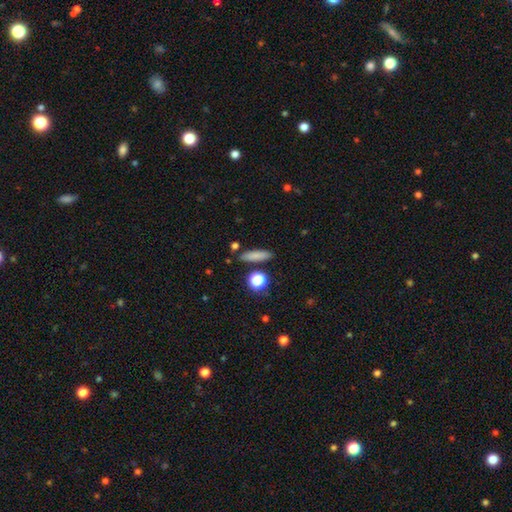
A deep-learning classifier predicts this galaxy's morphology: A smooth galaxy with no disk features (79%) that is cigar-shaped (66%). Merging: none (84%).